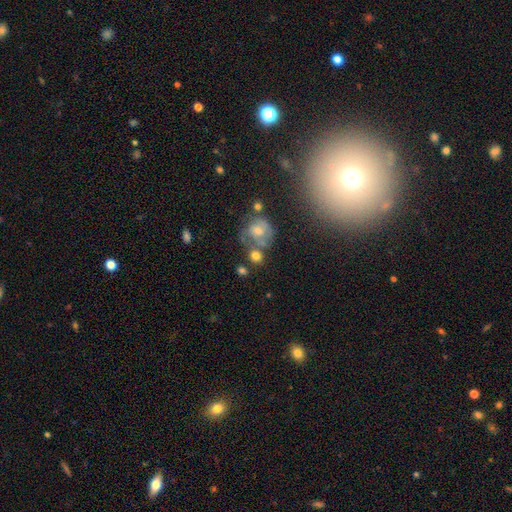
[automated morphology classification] smooth-or-featured: smooth: 69% | featured or disk: 19% | star or artifact: 12%
  how-rounded: round: 74% | in between: 24% | cigar-shaped: 1%
  merging: none: 47% | merger: 29% | minor disturbance: 15% | major disturbance: 10%